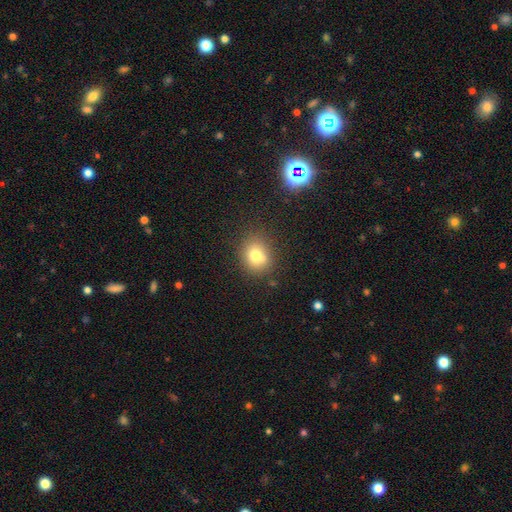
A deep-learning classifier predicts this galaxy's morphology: Smooth or featured?
  - smooth: 75% *
  - star or artifact: 13%
  - featured or disk: 12%
How rounded?
  - round: 69% *
  - in between: 30%
  - cigar-shaped: 1%
Merging?
  - none: 72% *
  - minor disturbance: 14%
  - merger: 10%
  - major disturbance: 4%